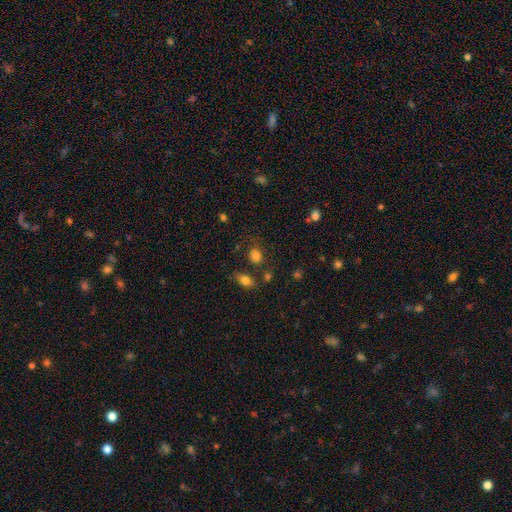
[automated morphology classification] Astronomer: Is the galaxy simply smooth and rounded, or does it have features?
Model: smooth — 82%.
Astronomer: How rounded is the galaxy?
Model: round — 51% (runner-up: in between, 48%).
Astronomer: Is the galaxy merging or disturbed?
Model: none — 71%.